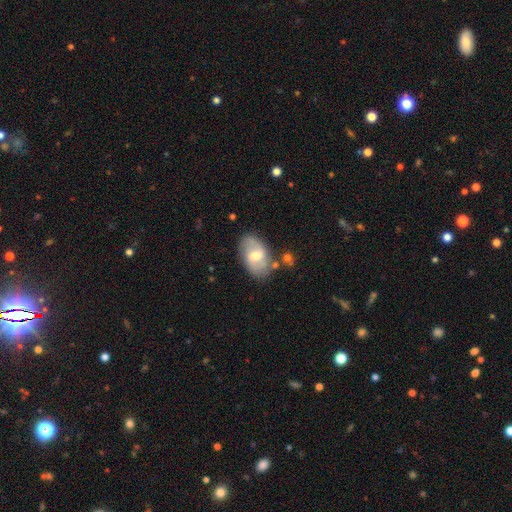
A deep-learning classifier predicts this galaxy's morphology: smooth_or_featured: featured or disk (p=0.57) [alt: smooth p=0.36]
disk_edge_on: no (p=0.95) [alt: yes p=0.05]
bar: weak (p=0.56) [alt: no p=0.26]
has_spiral_arms: yes (p=0.73) [alt: no p=0.27]
bulge_size: moderate (p=0.64) [alt: small p=0.27]
merging: none (p=0.72) [alt: minor disturbance p=0.17]